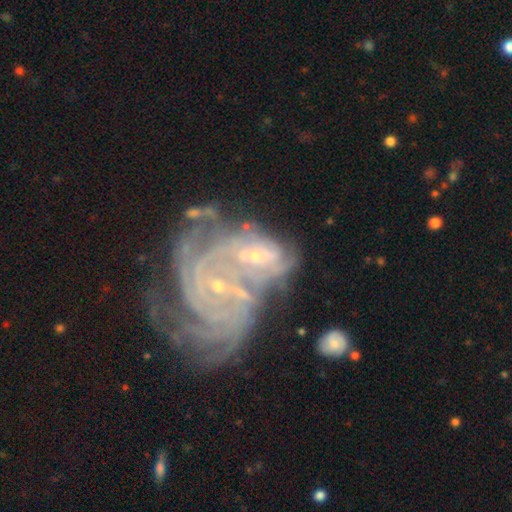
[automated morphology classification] Smooth or featured: featured or disk — 80% (smooth — 11%)
Edge-on disk: no — 96% (yes — 4%)
Bar: no — 52% (weak — 31%)
Spiral arms: yes — 92% (no — 8%)
Spiral winding: tight — 68% (medium — 26%)
Spiral arm count: can't tell — 31% (3 — 24%)
Bulge size: small — 64% (moderate — 28%)
Merging: merger — 63% (none — 17%)